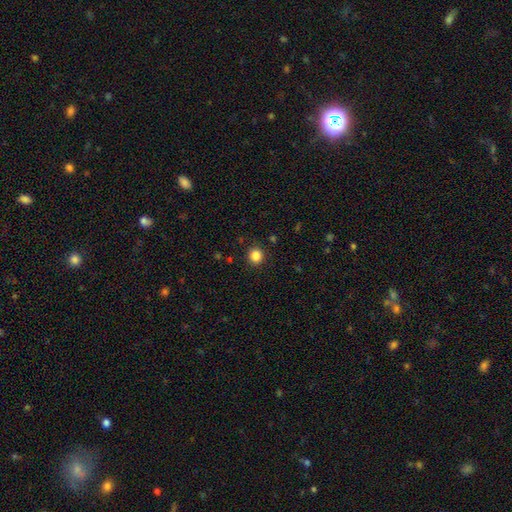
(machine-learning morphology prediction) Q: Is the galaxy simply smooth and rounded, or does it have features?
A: smooth — 85%.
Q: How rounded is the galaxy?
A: round — 88%.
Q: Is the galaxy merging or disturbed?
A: none — 91%.